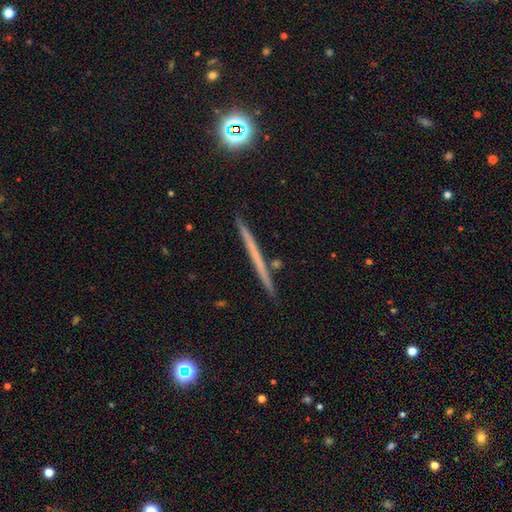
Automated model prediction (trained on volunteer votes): smooth-or-featured: featured or disk: 52% | smooth: 37% | star or artifact: 10%
  disk-edge-on: yes: 97% | no: 3%
    edge-on-bulge: none: 93% | rounded: 5% | boxy: 2%
  merging: none: 91% | minor disturbance: 6% | merger: 1% | major disturbance: 1%